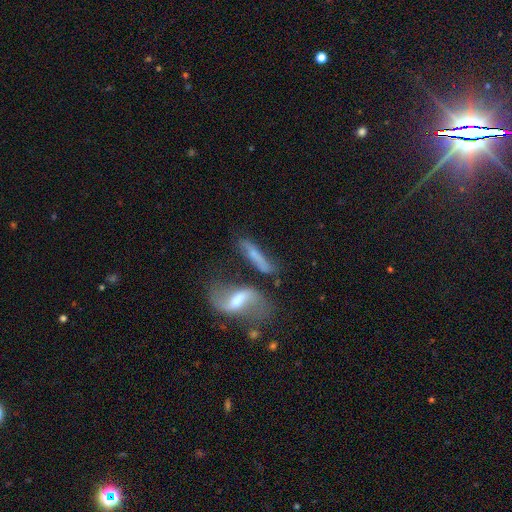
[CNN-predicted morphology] Smooth or featured: featured or disk — 62% (smooth — 26%)
Edge-on disk: no — 66% (yes — 34%)
Merging: none — 43% (merger — 26%)